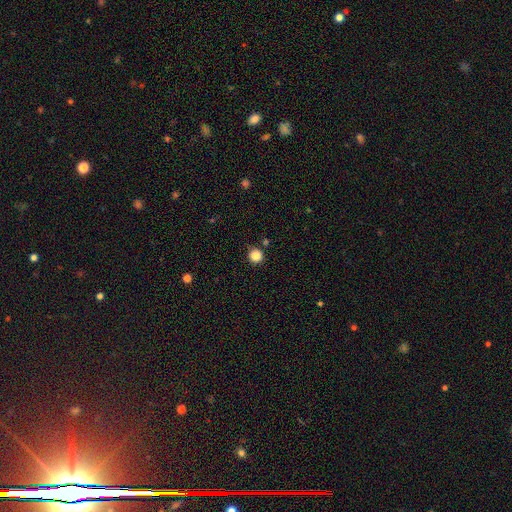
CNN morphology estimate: Overall: smooth (85%). How rounded: round (95%). Merging: none (88%).